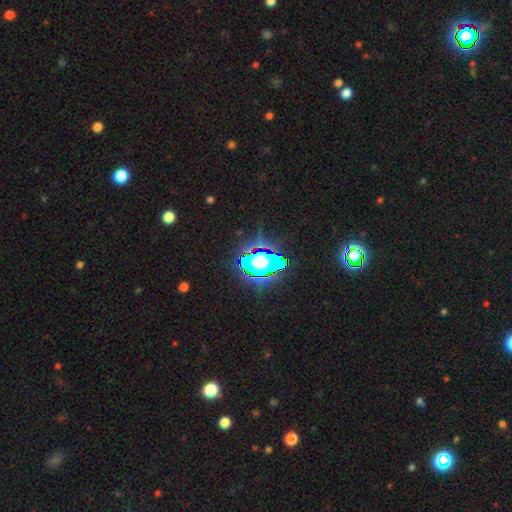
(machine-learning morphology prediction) smooth-or-featured: star or artifact: 51% | smooth: 27% | featured or disk: 22%